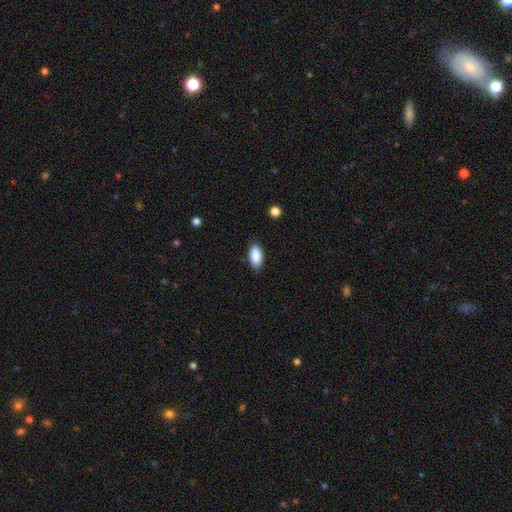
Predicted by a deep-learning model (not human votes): Smooth or featured? Predicted: smooth (p=0.89). How rounded? Predicted: in between (p=0.91). Merging? Predicted: none (p=0.82).